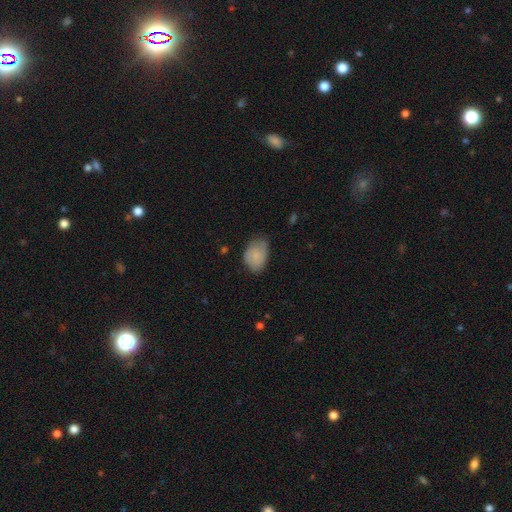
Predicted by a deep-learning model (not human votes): This appears to be a smooth galaxy with no disk features (78%) that is in between round and cigar-shaped (81%). Merging: none (54%).